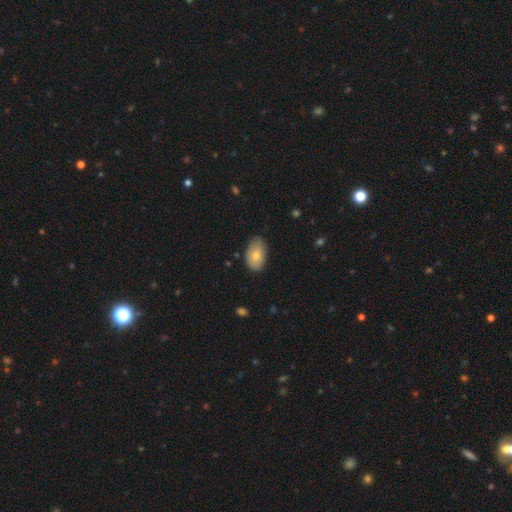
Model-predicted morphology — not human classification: This appears to be a smooth galaxy with no disk features (78%) that is in between round and cigar-shaped (92%). Merging: none (77%).